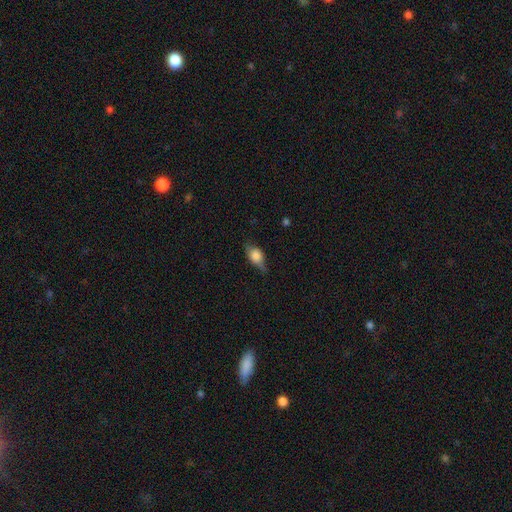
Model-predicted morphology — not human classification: Smooth or featured? smooth (67%)
How rounded? in between (77%)
Merging? none (58%)